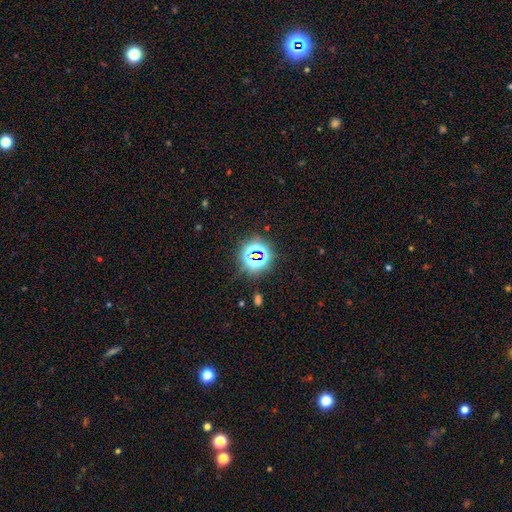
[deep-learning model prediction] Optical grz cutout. It shows a star or artifact, not a galaxy (72%).